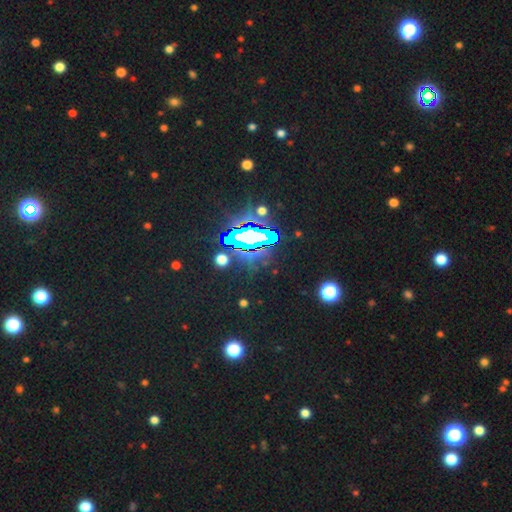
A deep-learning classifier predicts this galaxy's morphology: The model was most divided on "smooth or featured": star or artifact: 79%, smooth: 13%, featured or disk: 9%.